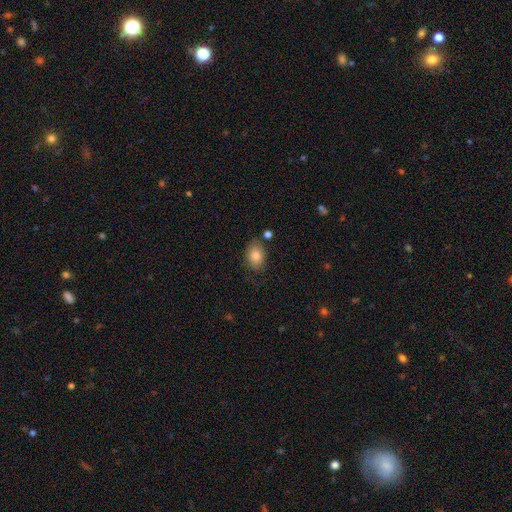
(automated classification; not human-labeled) A smooth galaxy with no disk features (81%) that is in between round and cigar-shaped (78%).

Vote fractions:
- Smooth or featured? smooth: 81% / featured or disk: 11% / star or artifact: 8%
- How rounded? in between: 78% / round: 21% / cigar-shaped: 1%
- Merging? none: 71% / minor disturbance: 19% / major disturbance: 5% / merger: 4%